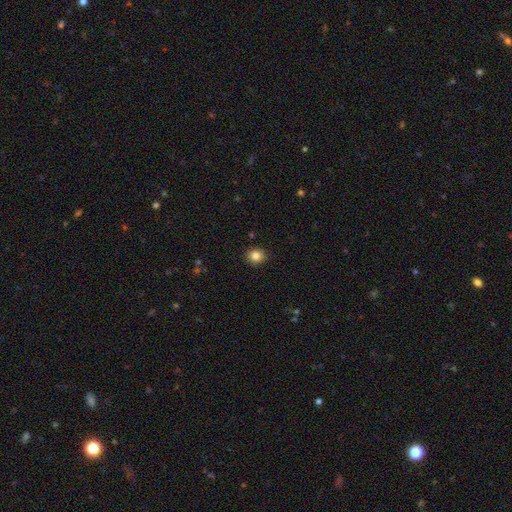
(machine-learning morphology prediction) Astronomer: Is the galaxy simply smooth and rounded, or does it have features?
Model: smooth — 85%.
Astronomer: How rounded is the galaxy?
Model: round — 82%.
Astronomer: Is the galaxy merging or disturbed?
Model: none — 90%.